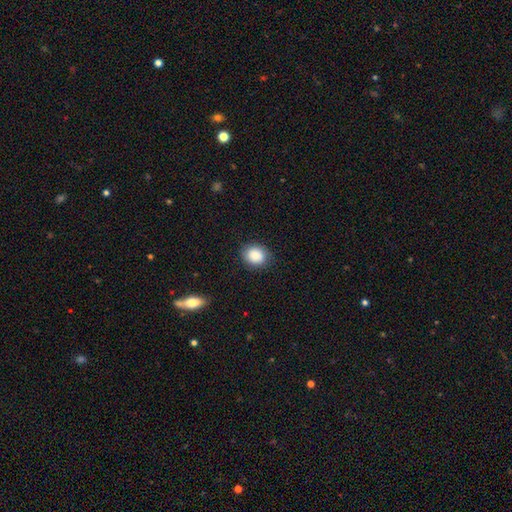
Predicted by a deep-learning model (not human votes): smooth_or_featured: smooth (p=0.88) [alt: star or artifact p=0.08]
how_rounded: round (p=0.59) [alt: in between p=0.40]
merging: none (p=0.85) [alt: minor disturbance p=0.11]